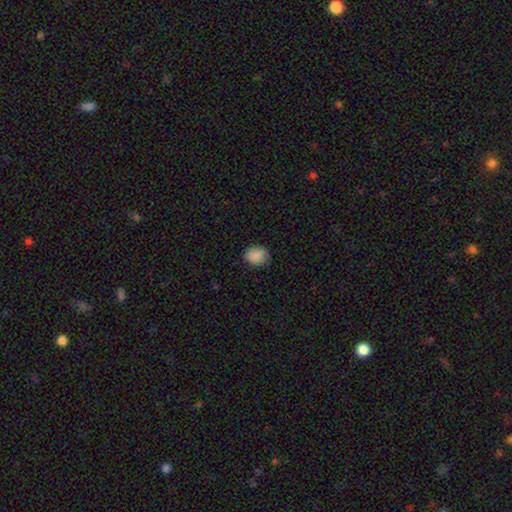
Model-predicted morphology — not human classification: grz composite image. It shows a smooth galaxy with no disk features (89%) that is round (63%). Merging: none (83%).